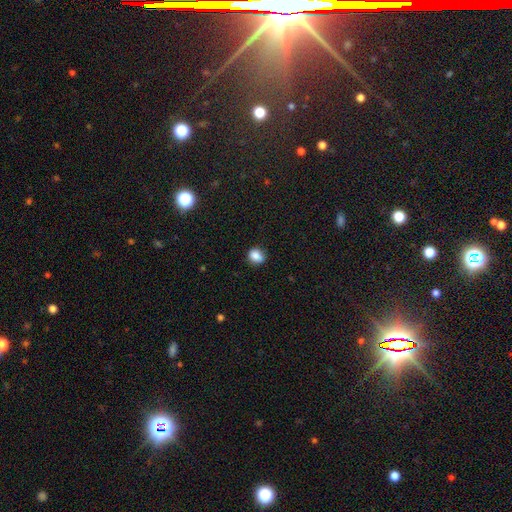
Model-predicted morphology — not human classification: Smooth or featured? smooth (86%)
How rounded? round (55%)
Merging? none (83%)